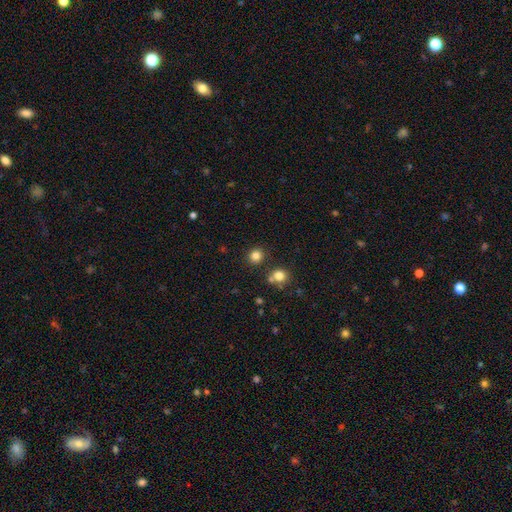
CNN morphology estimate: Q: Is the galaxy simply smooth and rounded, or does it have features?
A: smooth — 81%.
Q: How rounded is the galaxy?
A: round — 87%.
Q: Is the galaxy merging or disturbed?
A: none — 83%.